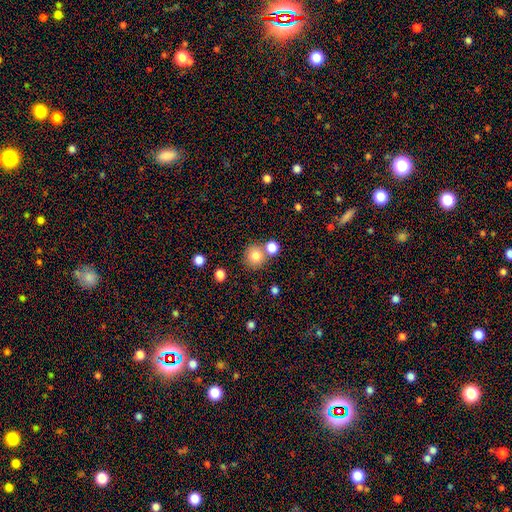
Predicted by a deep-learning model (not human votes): Morphology: type=smooth (81%); roundness=round (91%); merging=none (69%).